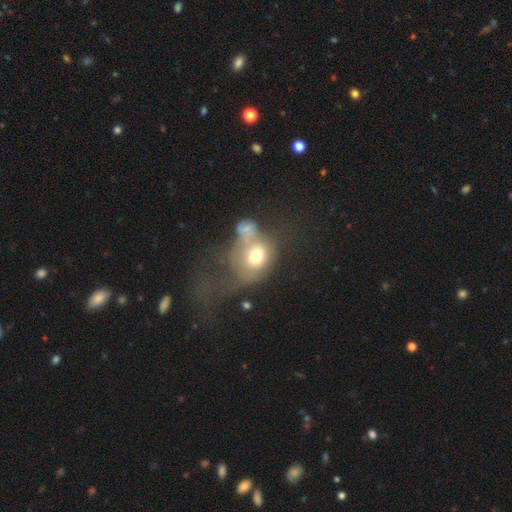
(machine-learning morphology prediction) Smooth or featured? Predicted: smooth (p=0.61). How rounded? Predicted: round (p=0.54). Merging? Predicted: merger (p=0.40).